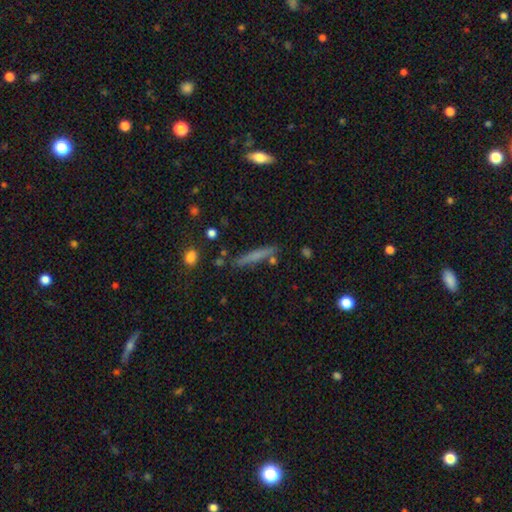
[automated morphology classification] This is possibly a smooth galaxy (59%). How rounded: clearly cigar-shaped (92%). Merging: clearly none (81%).